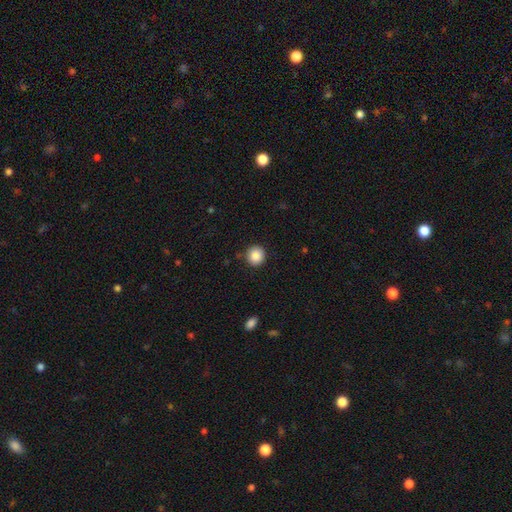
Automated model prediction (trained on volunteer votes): smooth 88%, star or artifact 9%, featured or disk 4%. Down the decision tree: how rounded — round (92%); merging — none (90%).